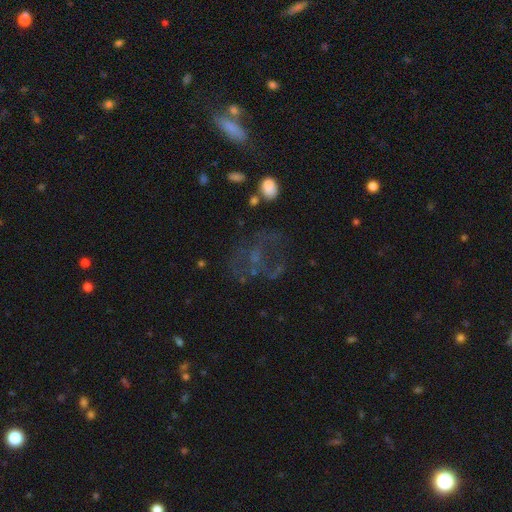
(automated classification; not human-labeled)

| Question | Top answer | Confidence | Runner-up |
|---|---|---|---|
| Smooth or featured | featured or disk | 50% | smooth (25%) |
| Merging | none | 47% | major disturbance (30%) |